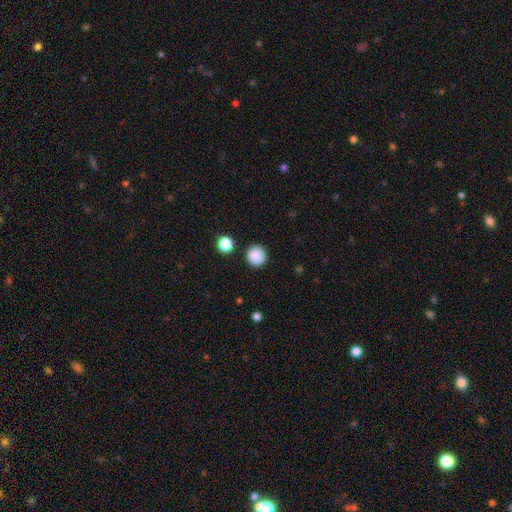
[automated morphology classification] Smooth or featured?
  - smooth: 88% *
  - star or artifact: 9%
  - featured or disk: 3%
How rounded?
  - round: 94% *
  - in between: 5%
  - cigar-shaped: 1%
Merging?
  - none: 90% *
  - minor disturbance: 6%
  - merger: 2%
  - major disturbance: 2%